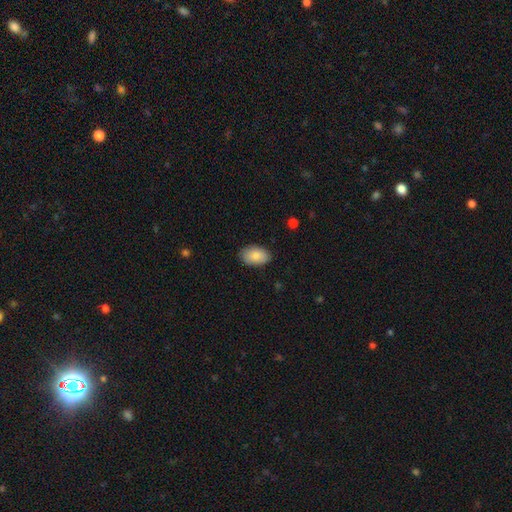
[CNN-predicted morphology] Smooth or featured? Predicted: smooth (p=0.86). How rounded? Predicted: in between (p=0.92). Merging? Predicted: none (p=0.86).